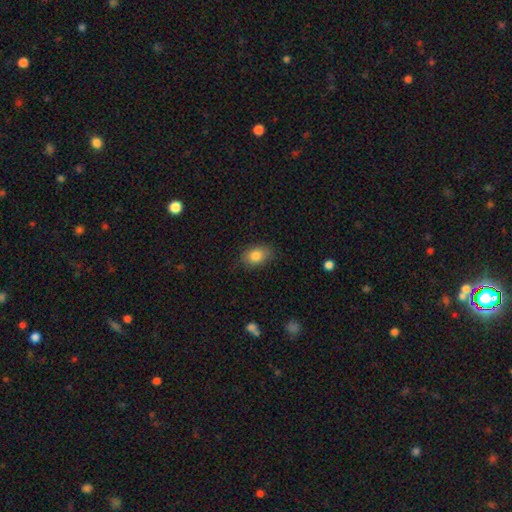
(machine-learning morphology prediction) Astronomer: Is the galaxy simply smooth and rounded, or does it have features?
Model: smooth — 84%.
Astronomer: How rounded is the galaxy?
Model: in between — 82%.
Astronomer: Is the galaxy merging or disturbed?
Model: none — 80%.